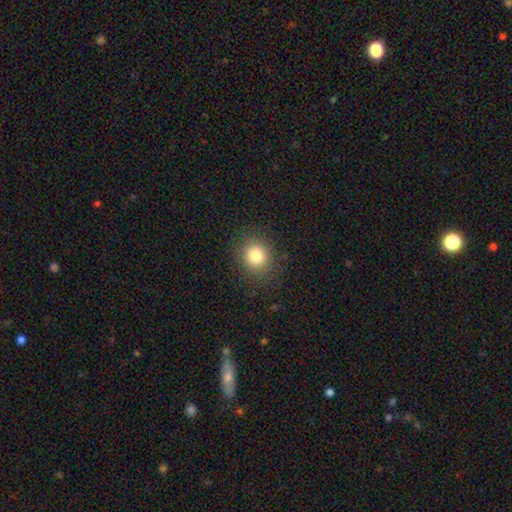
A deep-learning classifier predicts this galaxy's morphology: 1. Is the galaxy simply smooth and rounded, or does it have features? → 81% smooth, 12% star or artifact, 7% featured or disk.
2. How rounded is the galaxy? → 81% round, 18% in between, 1% cigar-shaped.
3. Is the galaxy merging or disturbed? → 88% none, 8% minor disturbance, 3% major disturbance, 1% merger.